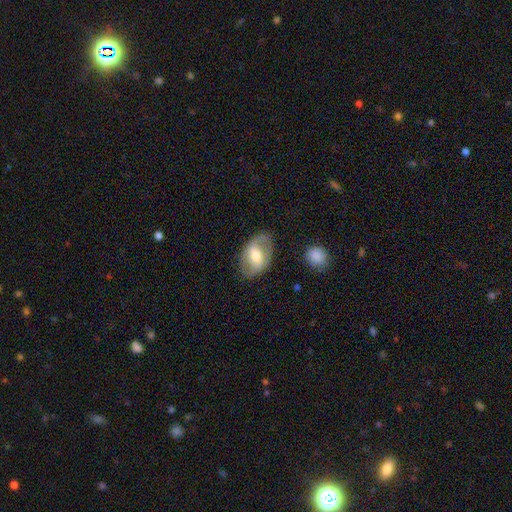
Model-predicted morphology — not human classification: A featured or disk galaxy (55%) with a weak bar (41%), spiral arms (58%) and a moderate central bulge (65%). Merging: none (76%).